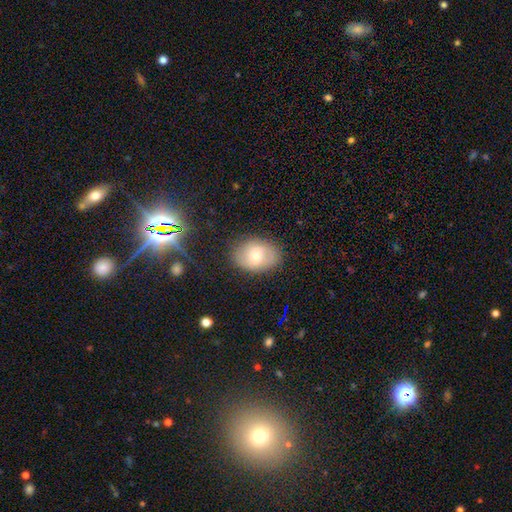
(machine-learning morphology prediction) type=smooth (51%); roundness=in between (71%); merging=none (83%).